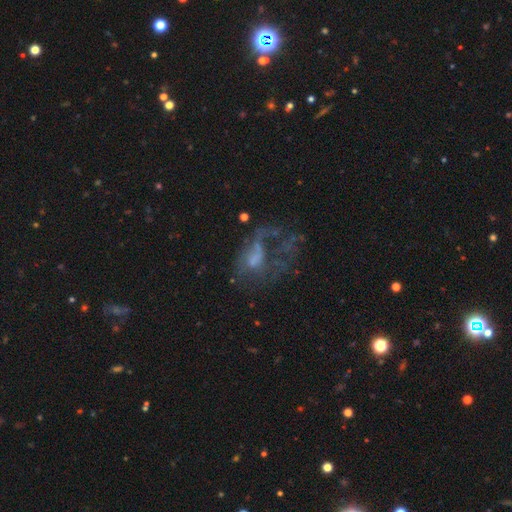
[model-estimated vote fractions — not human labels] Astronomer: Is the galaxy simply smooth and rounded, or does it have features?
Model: featured or disk — 53%.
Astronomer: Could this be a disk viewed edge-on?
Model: no — 96%.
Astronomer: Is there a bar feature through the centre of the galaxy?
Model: no — 78%.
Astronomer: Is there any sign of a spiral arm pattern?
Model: no — 75%.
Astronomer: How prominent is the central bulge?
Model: none — 42% (runner-up: small, 27%).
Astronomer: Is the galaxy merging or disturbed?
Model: major disturbance — 56%.